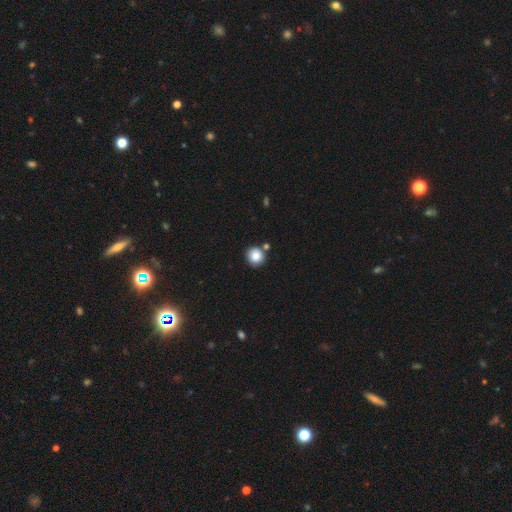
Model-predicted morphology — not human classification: The model was most divided on "merging": none: 77%, merger: 10%, minor disturbance: 10%, major disturbance: 3%. More confident: how rounded — round (92%); smooth or featured — smooth (85%).